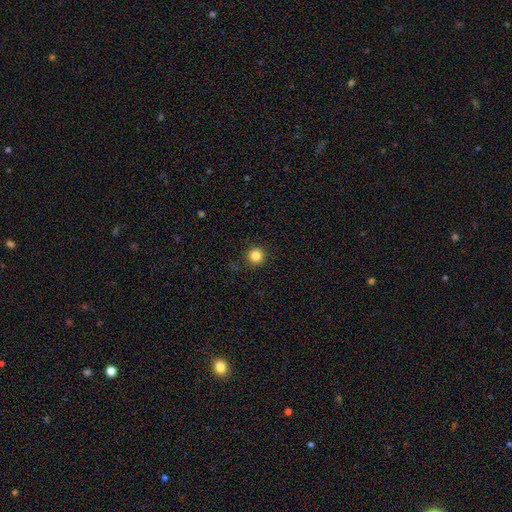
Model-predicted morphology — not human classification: smooth_or_featured: smooth (p=0.84) [alt: star or artifact p=0.12]
how_rounded: round (p=0.96) [alt: in between p=0.03]
merging: none (p=0.92) [alt: minor disturbance p=0.05]